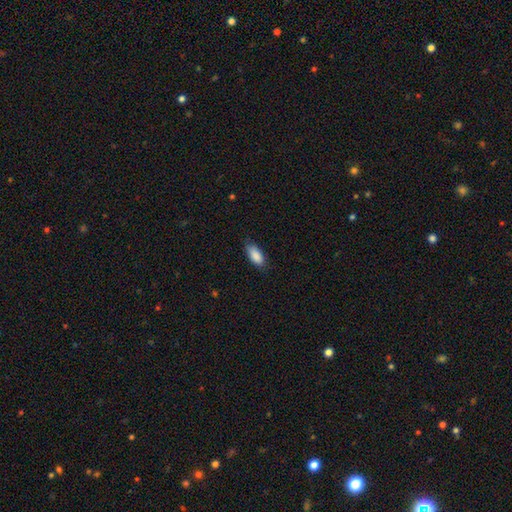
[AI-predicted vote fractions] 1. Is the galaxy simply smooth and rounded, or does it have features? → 88% smooth, 7% star or artifact, 5% featured or disk.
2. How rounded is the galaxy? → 87% in between, 11% cigar-shaped, 2% round.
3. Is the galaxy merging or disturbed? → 76% none, 19% minor disturbance, 3% major disturbance, 1% merger.